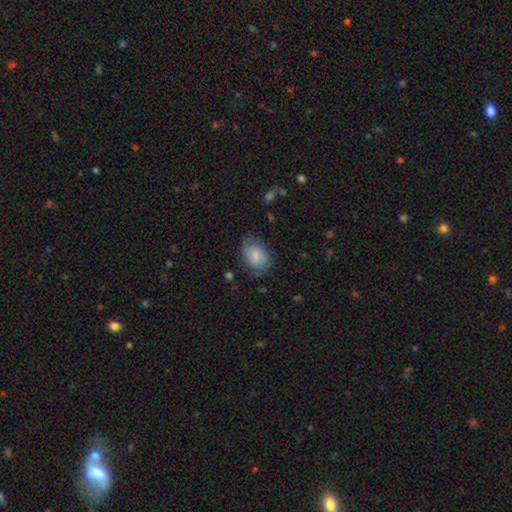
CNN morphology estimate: Smooth or featured?
  - smooth: 80% *
  - featured or disk: 13%
  - star or artifact: 7%
How rounded?
  - in between: 78% *
  - round: 20%
  - cigar-shaped: 1%
Merging?
  - none: 68% *
  - minor disturbance: 23%
  - major disturbance: 8%
  - merger: 1%